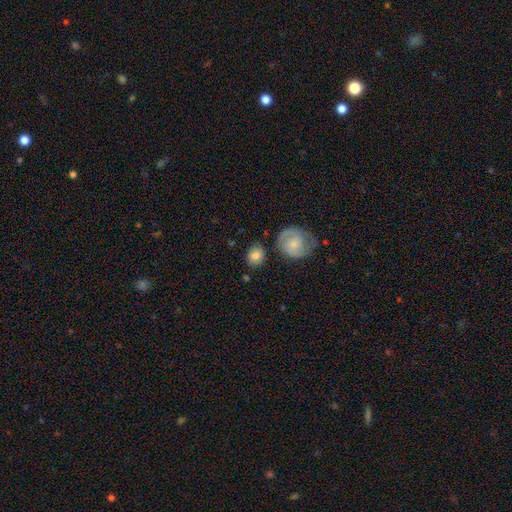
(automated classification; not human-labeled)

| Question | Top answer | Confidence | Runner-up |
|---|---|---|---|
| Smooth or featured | smooth | 80% | featured or disk (13%) |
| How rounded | round | 68% | in between (30%) |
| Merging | none | 77% | minor disturbance (12%) |